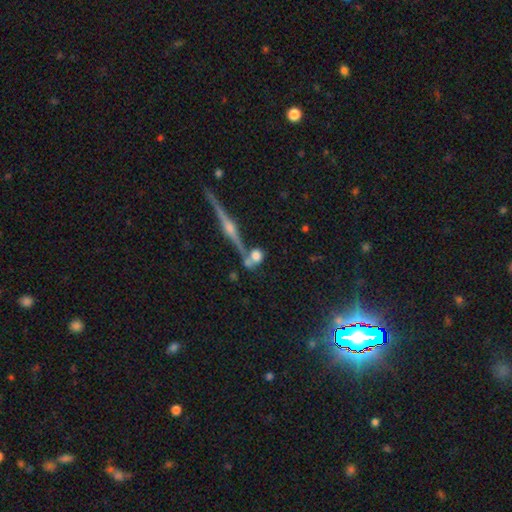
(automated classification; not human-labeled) The model was most divided on "merging": none: 54%, merger: 29%, minor disturbance: 12%, major disturbance: 6%. More confident: how rounded — round (76%); smooth or featured — smooth (65%).